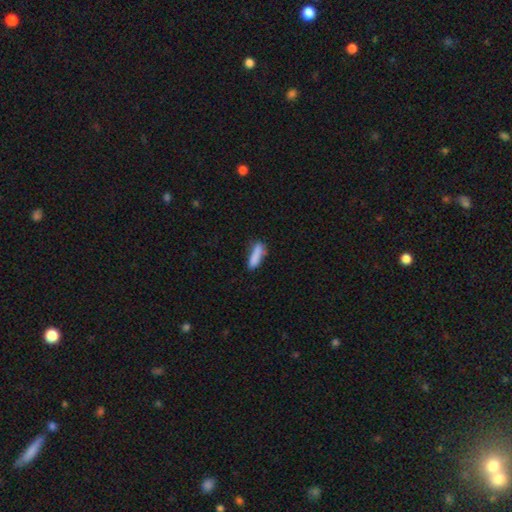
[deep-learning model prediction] This is clearly a smooth galaxy (85%). How rounded: likely cigar-shaped (68%). Merging: likely none (68%).